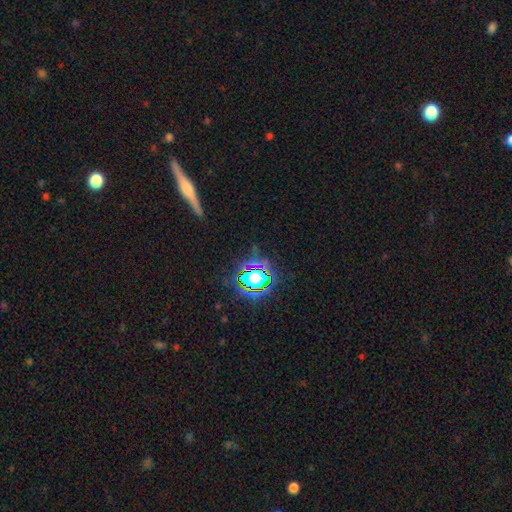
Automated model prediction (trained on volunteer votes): Morphology: type=star or artifact (56%).